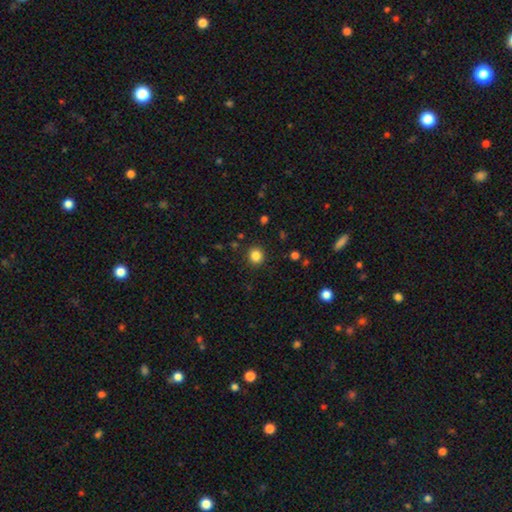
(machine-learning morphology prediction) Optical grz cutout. It shows a smooth galaxy with no disk features (84%) that is round (89%). Merging: none (90%).